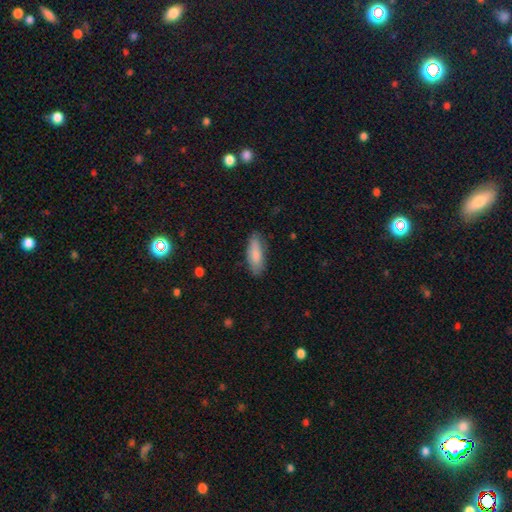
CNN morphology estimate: smooth_or_featured: smooth (p=0.85) [alt: featured or disk p=0.10]
how_rounded: in between (p=0.65) [alt: cigar-shaped p=0.33]
merging: none (p=0.79) [alt: minor disturbance p=0.17]